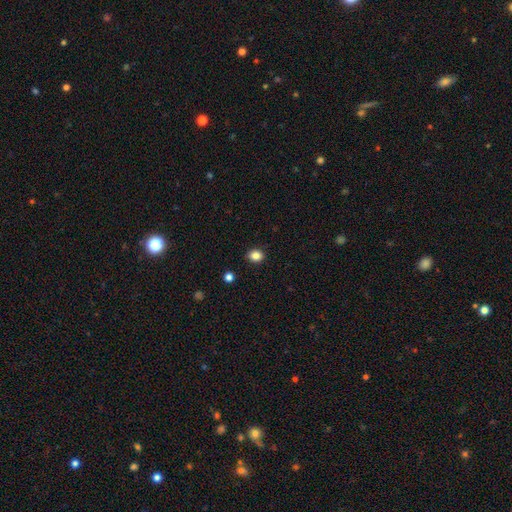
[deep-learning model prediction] smooth 85%, star or artifact 11%, featured or disk 4%. Down the decision tree: how rounded — round (58%); merging — none (89%).